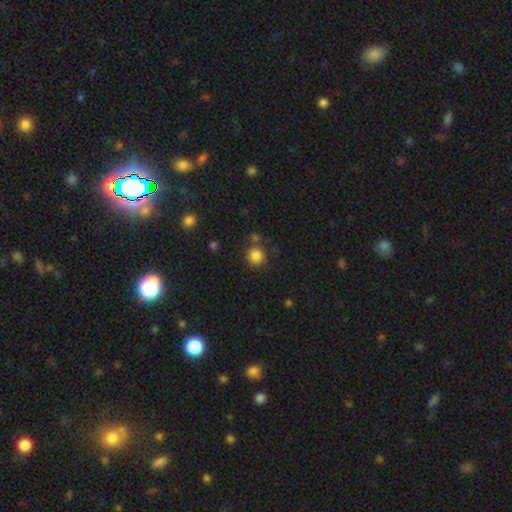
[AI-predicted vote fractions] Overall: smooth (85%). How rounded: round (92%). Merging: none (78%).